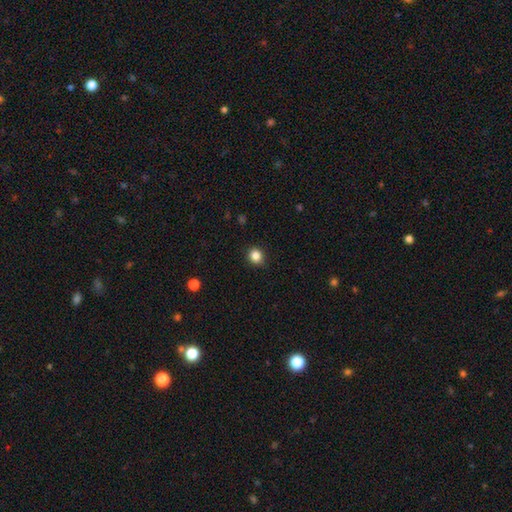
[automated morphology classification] type=smooth (85%); roundness=round (80%); merging=none (91%).